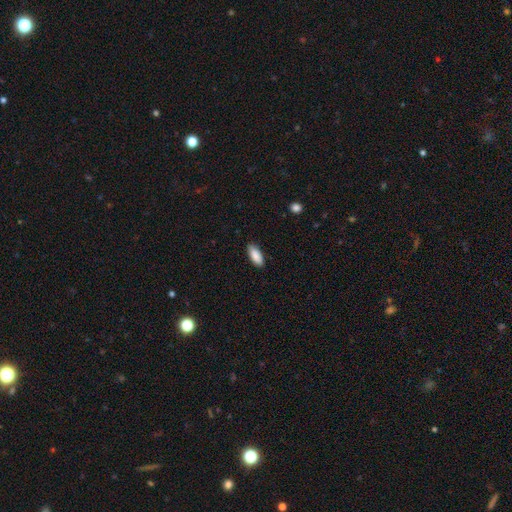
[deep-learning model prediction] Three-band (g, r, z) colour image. It shows a smooth galaxy with no disk features (89%) that is in between round and cigar-shaped (84%). Merging: none (87%).